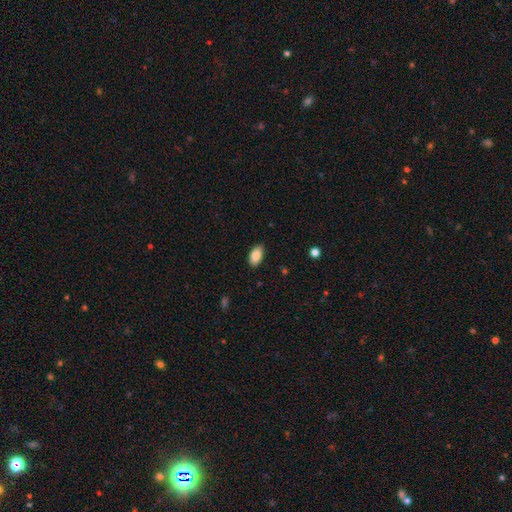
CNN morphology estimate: type=smooth (86%); roundness=in between (94%); merging=none (88%).